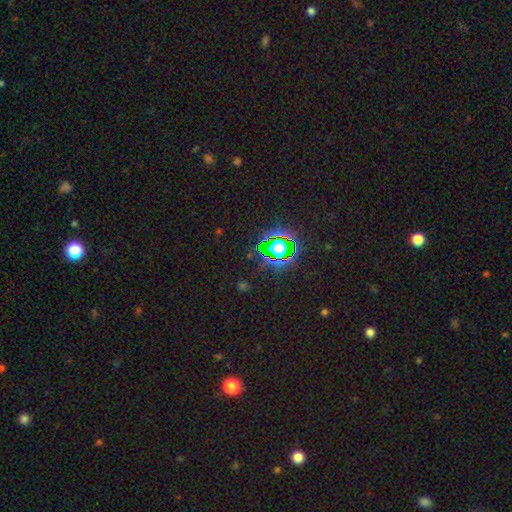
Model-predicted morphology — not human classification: type=star or artifact (82%).